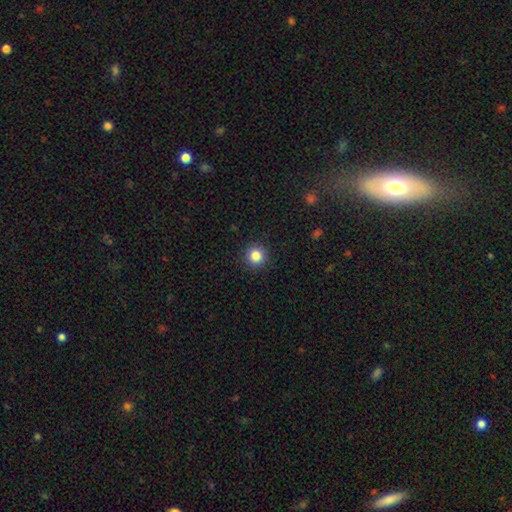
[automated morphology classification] Smooth or featured: smooth — 84% (star or artifact — 11%)
How rounded: round — 95% (in between — 4%)
Merging: none — 92% (minor disturbance — 5%)